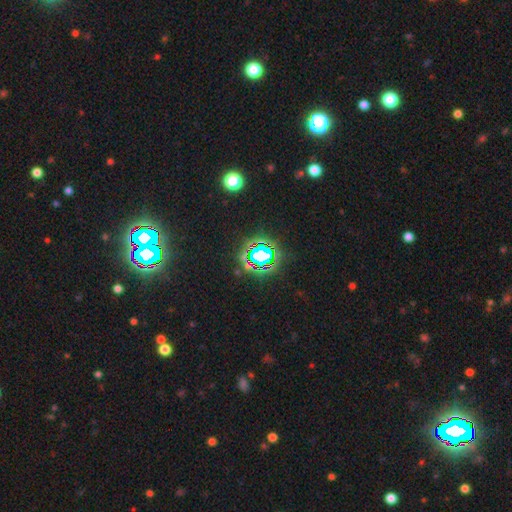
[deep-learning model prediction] The model was most divided on "smooth or featured": star or artifact: 73%, smooth: 16%, featured or disk: 12%.